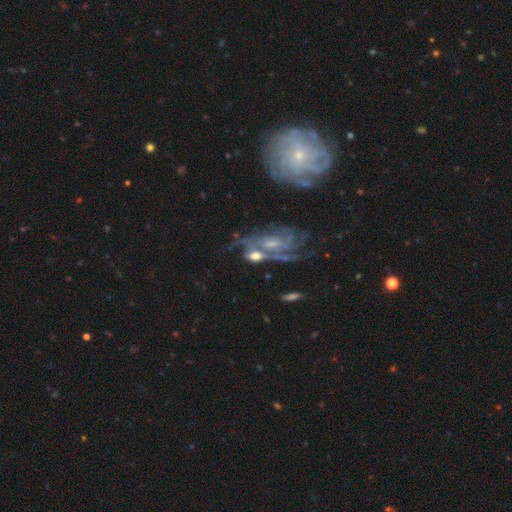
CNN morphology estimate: Smooth or featured? featured or disk (69%)
Edge-on disk? no (91%)
Bar? no (62%)
Spiral arms? yes (81%)
Spiral winding? medium (38%)
Spiral arm count? 2 (33%)
Bulge size? moderate (41%)
Merging? merger (38%)